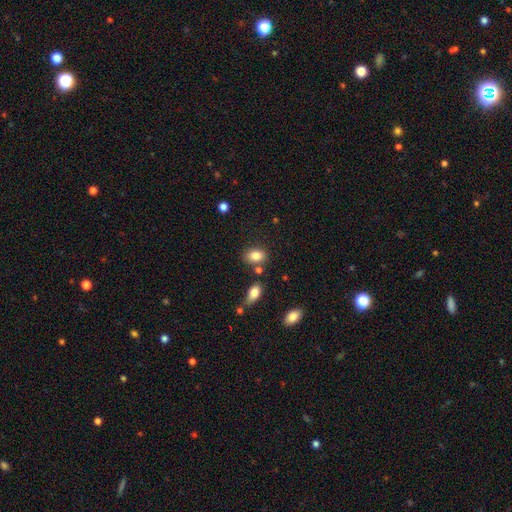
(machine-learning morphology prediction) smooth-or-featured: smooth: 83% | star or artifact: 9% | featured or disk: 9%
  how-rounded: in between: 77% | round: 21% | cigar-shaped: 2%
  merging: none: 73% | minor disturbance: 13% | merger: 11% | major disturbance: 4%